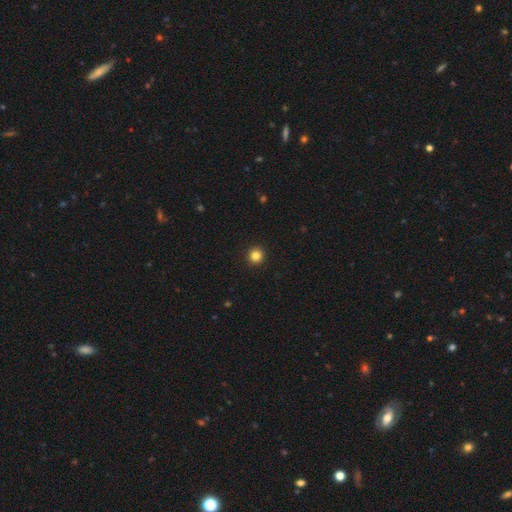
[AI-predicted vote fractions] This appears to be a smooth galaxy with no disk features (84%) that is round (95%). Merging: none (94%).